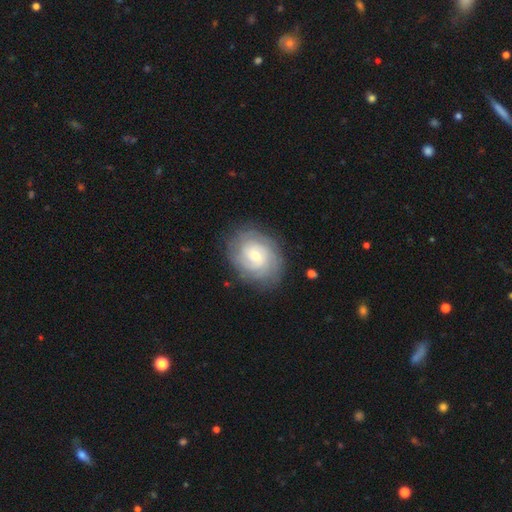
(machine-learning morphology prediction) Smooth or featured? featured or disk (74%)
Edge-on disk? no (97%)
Bar? no (69%)
Spiral arms? yes (92%)
Spiral winding? tight (73%)
Spiral arm count? can't tell (43%)
Bulge size? small (55%)
Merging? none (81%)